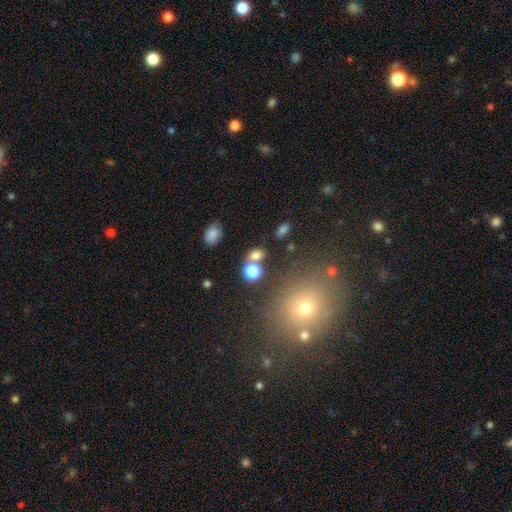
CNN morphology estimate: The model was most divided on "how rounded": in between: 54%, round: 43%, cigar-shaped: 3%. More confident: smooth or featured — smooth (73%); merging — none (58%).